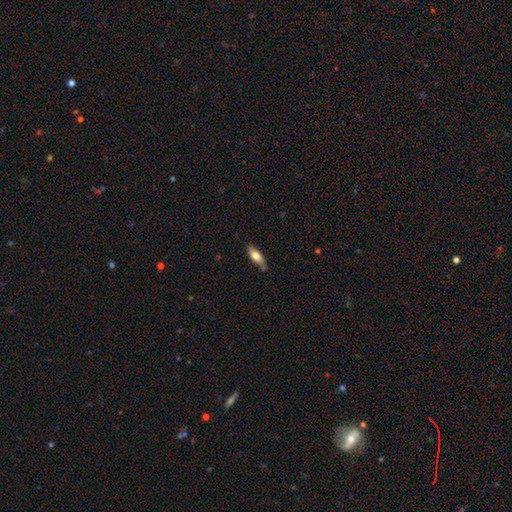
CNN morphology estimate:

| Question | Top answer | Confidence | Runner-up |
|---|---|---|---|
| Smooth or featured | smooth | 70% | featured or disk (23%) |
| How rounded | in between | 64% | cigar-shaped (33%) |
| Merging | none | 70% | minor disturbance (22%) |